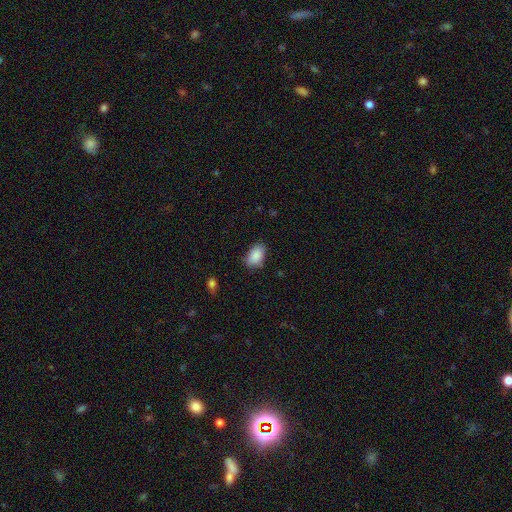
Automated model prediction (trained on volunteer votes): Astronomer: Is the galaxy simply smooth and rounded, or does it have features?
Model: smooth — 88%.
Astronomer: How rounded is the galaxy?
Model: in between — 90%.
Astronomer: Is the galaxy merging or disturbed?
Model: none — 77%.